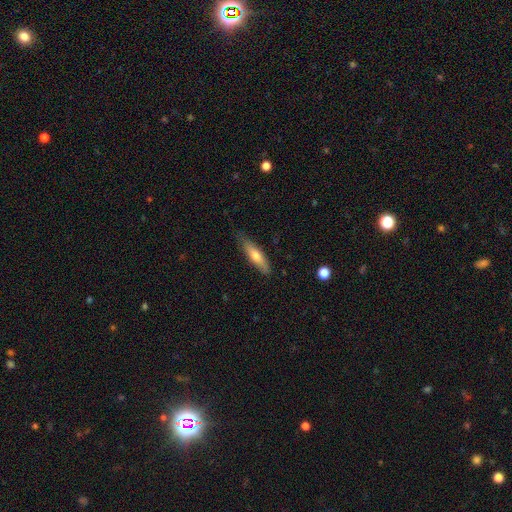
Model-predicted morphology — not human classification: A smooth galaxy with no disk features (62%) that is cigar-shaped (72%). Merging: none (77%).